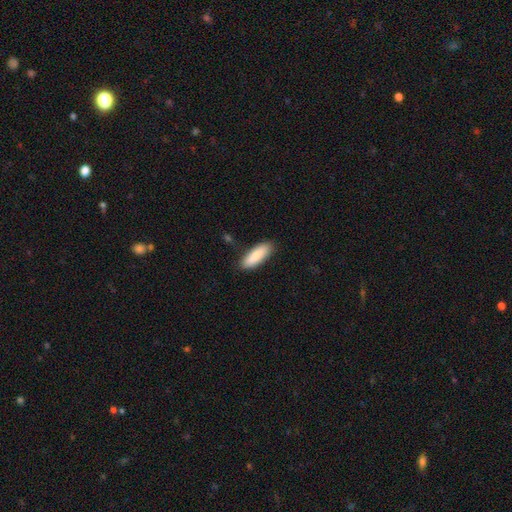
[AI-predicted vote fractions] Smooth or featured: smooth — 86% (featured or disk — 9%)
How rounded: in between — 59% (cigar-shaped — 40%)
Merging: none — 84% (minor disturbance — 12%)